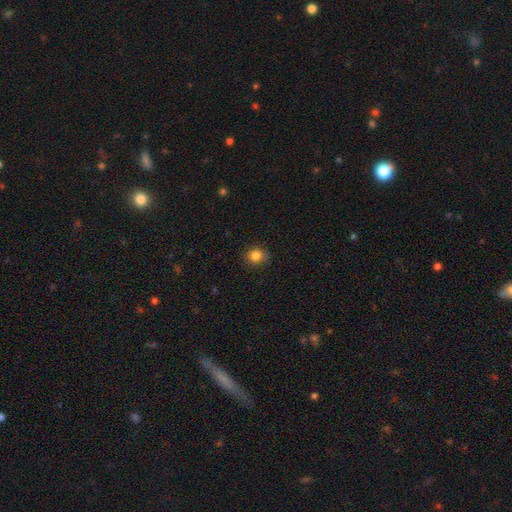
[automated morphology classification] Smooth or featured? Predicted: smooth (p=0.84). How rounded? Predicted: round (p=0.81). Merging? Predicted: none (p=0.86).